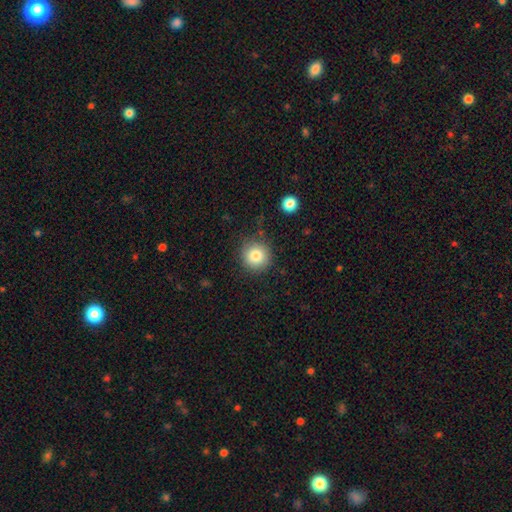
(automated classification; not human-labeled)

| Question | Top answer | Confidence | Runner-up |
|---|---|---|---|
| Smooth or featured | smooth | 82% | star or artifact (10%) |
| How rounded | round | 93% | in between (6%) |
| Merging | none | 86% | minor disturbance (9%) |